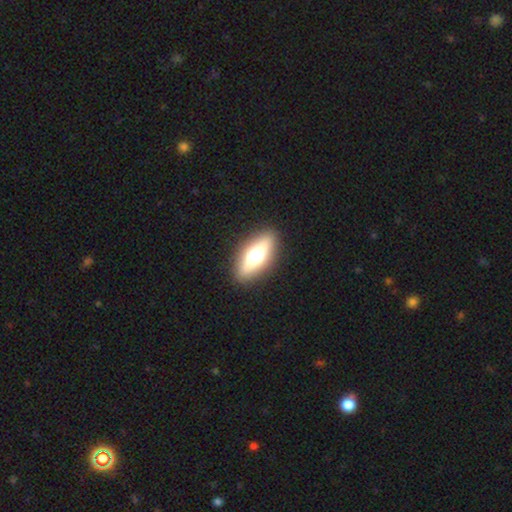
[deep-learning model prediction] A smooth galaxy with no disk features (51%) that is in between round and cigar-shaped (65%).

Vote fractions:
- Smooth or featured? smooth: 51% / featured or disk: 41% / star or artifact: 8%
- How rounded? in between: 65% / cigar-shaped: 30% / round: 5%
- Merging? none: 89% / minor disturbance: 7% / major disturbance: 2% / merger: 1%